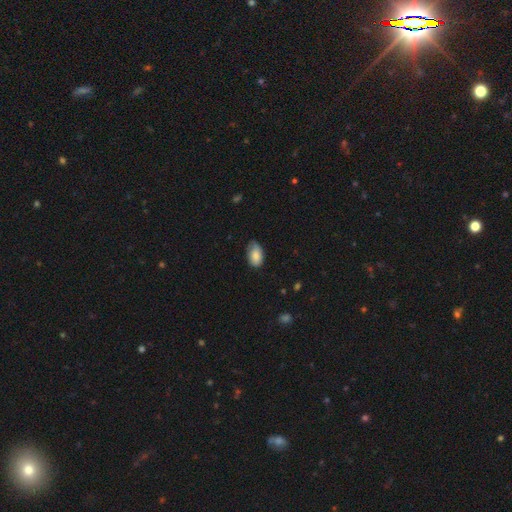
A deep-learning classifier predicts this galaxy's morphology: The model was most divided on "merging": none: 64%, minor disturbance: 30%, major disturbance: 5%, merger: 1%. More confident: how rounded — in between (92%); smooth or featured — smooth (82%).